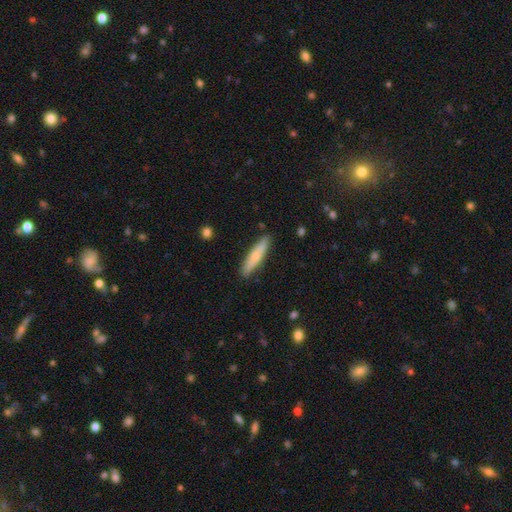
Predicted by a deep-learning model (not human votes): The model was most divided on "smooth or featured": smooth: 67%, featured or disk: 27%, star or artifact: 6%. More confident: merging — none (89%); how rounded — cigar-shaped (86%).